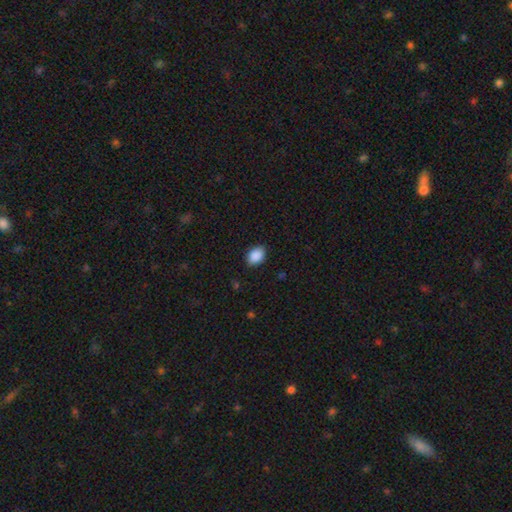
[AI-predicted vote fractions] A smooth galaxy with no disk features (90%) that is in between round and cigar-shaped (81%).

Vote fractions:
- Smooth or featured? smooth: 90% / star or artifact: 7% / featured or disk: 3%
- How rounded? in between: 81% / round: 18% / cigar-shaped: 1%
- Merging? none: 87% / minor disturbance: 10% / major disturbance: 2% / merger: 1%